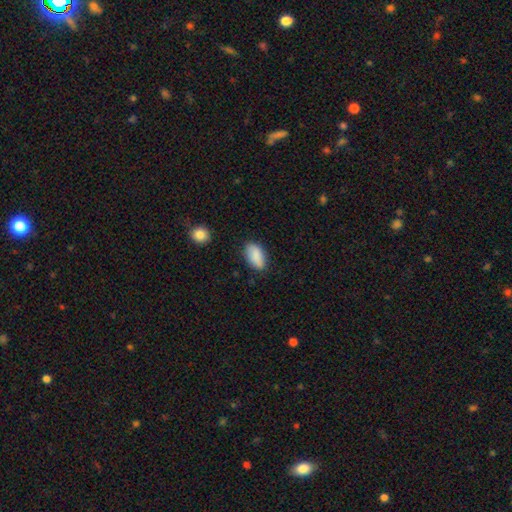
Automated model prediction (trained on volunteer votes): smooth-or-featured: smooth: 86% | featured or disk: 7% | star or artifact: 7%
  how-rounded: in between: 92% | cigar-shaped: 4% | round: 4%
  merging: none: 79% | minor disturbance: 16% | major disturbance: 3% | merger: 2%